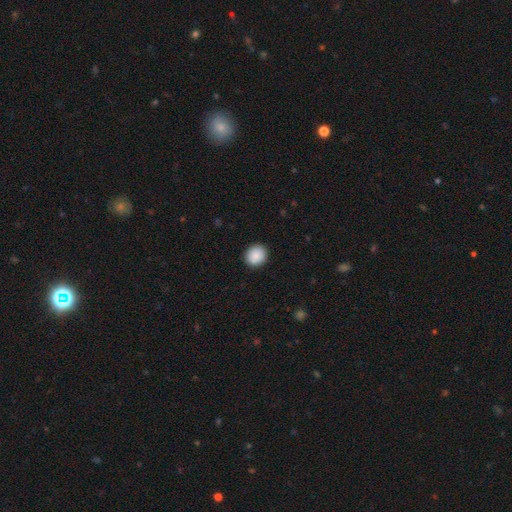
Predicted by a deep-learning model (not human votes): A smooth galaxy with no disk features (89%) that is round (77%). Merging: none (91%).